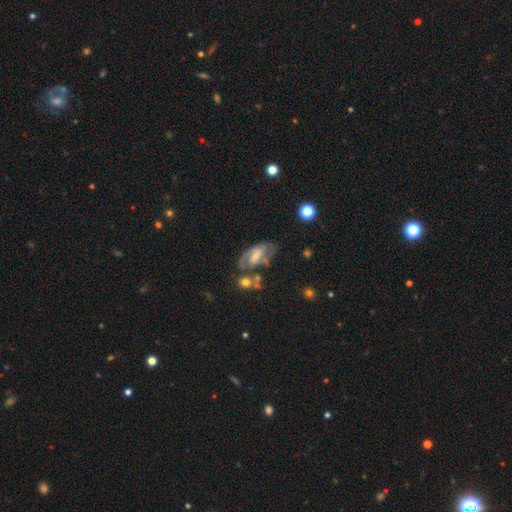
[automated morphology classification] The model was most divided on "bulge size": small: 48%, moderate: 43%, none: 4%, large: 4%, dominant: 1%. Remaining: edge-on disk — no (95%); spiral arms — yes (85%); smooth or featured — featured or disk (73%); spiral arm count — 2 (70%); merging — none (49%); spiral winding — medium (48%); bar — weak (46%).